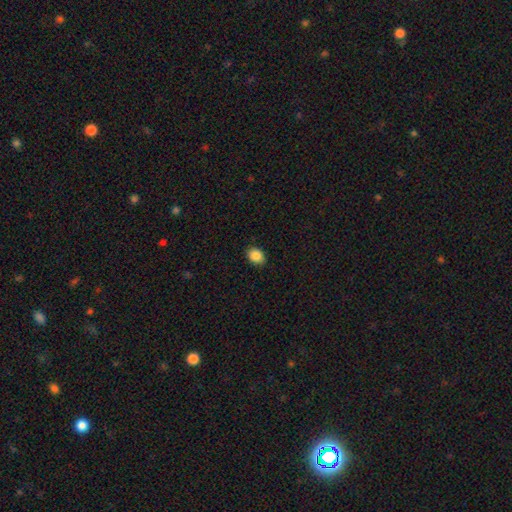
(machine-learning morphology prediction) smooth_or_featured: smooth (p=0.88) [alt: star or artifact p=0.09]
how_rounded: in between (p=0.63) [alt: round p=0.36]
merging: none (p=0.89) [alt: minor disturbance p=0.08]